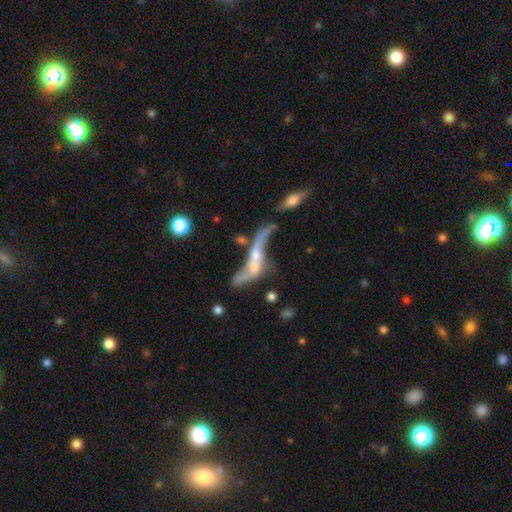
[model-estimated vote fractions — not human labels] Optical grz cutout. It shows a featured or disk galaxy (69%). Merging: merger (44%).